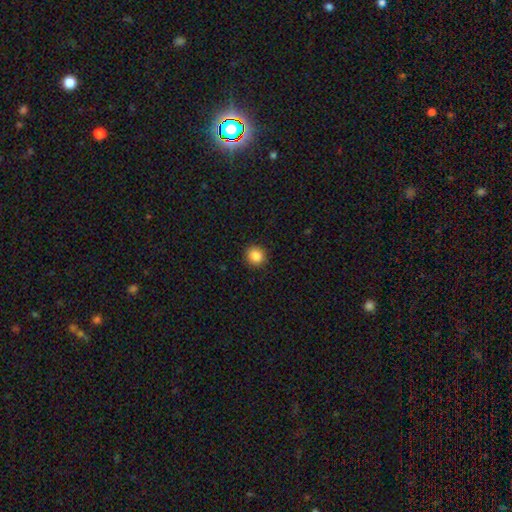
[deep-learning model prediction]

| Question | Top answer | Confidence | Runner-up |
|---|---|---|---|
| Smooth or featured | smooth | 87% | star or artifact (10%) |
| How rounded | round | 91% | in between (8%) |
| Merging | none | 91% | minor disturbance (6%) |